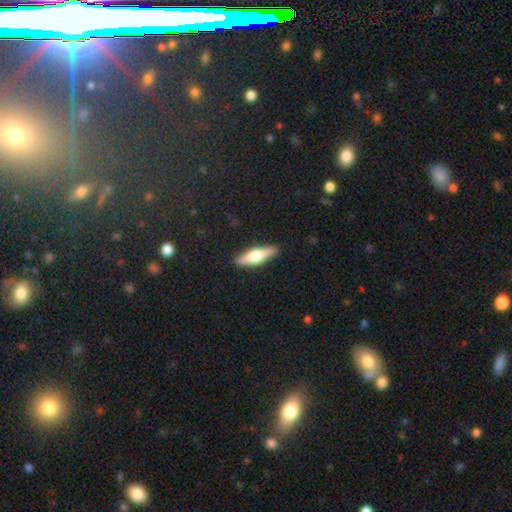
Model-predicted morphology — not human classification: smooth 49%, featured or disk 45%, star or artifact 6%. Down the decision tree: merging — none (90%).